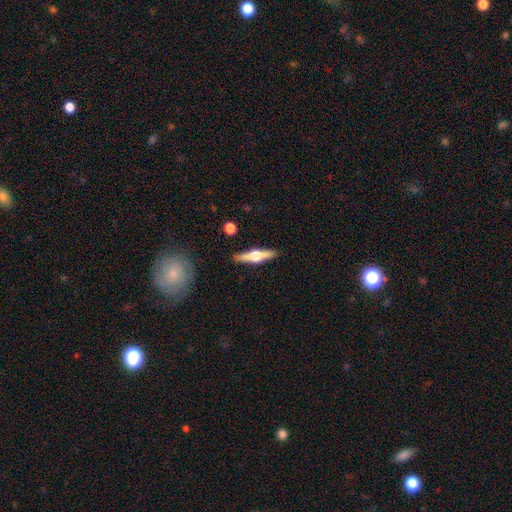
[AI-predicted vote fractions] A featured or disk galaxy (69%) viewed edge-on (97%) with a rounded central bulge (94%).

Vote fractions:
- Smooth or featured? featured or disk: 69% / smooth: 25% / star or artifact: 6%
- Edge-on disk? yes: 97% / no: 3%
- Edge-on bulge? rounded: 94% / boxy: 4% / none: 2%
- Merging? none: 89% / minor disturbance: 7% / major disturbance: 2% / merger: 2%